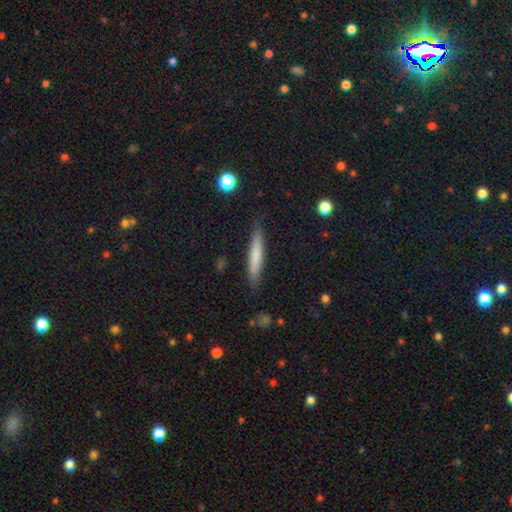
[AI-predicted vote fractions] Smooth or featured? Predicted: smooth (p=0.73). How rounded? Predicted: cigar-shaped (p=0.93). Merging? Predicted: none (p=0.86).